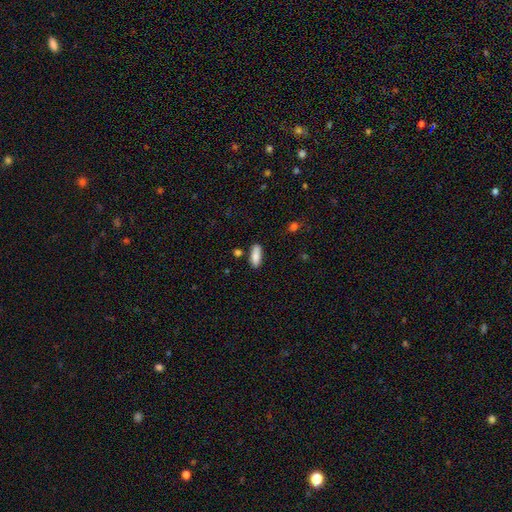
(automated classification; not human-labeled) Morphology: type=smooth (86%); roundness=in between (72%); merging=none (82%).